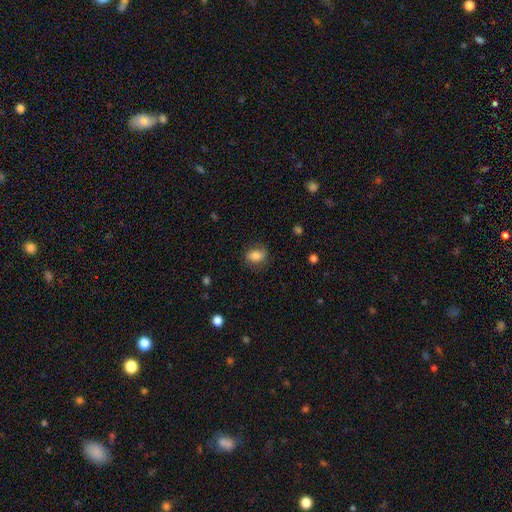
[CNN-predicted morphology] Smooth or featured?
  - smooth: 78% *
  - featured or disk: 13%
  - star or artifact: 9%
How rounded?
  - in between: 72% *
  - round: 25%
  - cigar-shaped: 2%
Merging?
  - none: 76% *
  - minor disturbance: 18%
  - major disturbance: 5%
  - merger: 1%